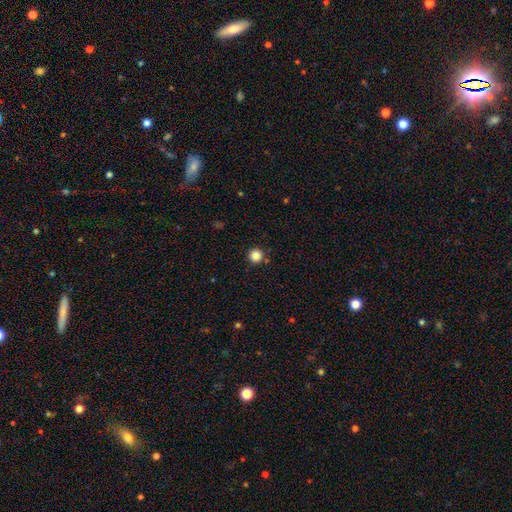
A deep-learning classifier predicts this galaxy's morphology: A smooth galaxy with no disk features (85%) that is round (96%).

Vote fractions:
- Smooth or featured? smooth: 85% / star or artifact: 11% / featured or disk: 3%
- How rounded? round: 96% / in between: 3% / cigar-shaped: 1%
- Merging? none: 91% / minor disturbance: 5% / merger: 2% / major disturbance: 2%